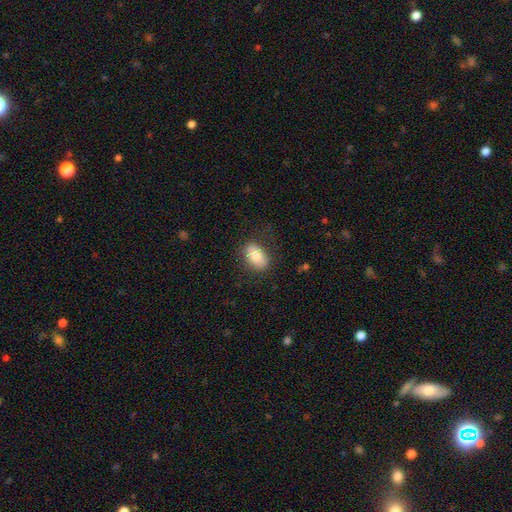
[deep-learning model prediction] The model was most divided on "merging": none: 78%, minor disturbance: 16%, major disturbance: 6%, merger: 1%. More confident: how rounded — in between (90%); smooth or featured — smooth (80%).